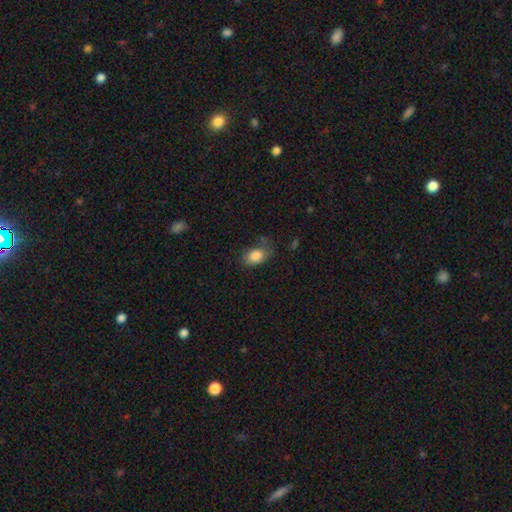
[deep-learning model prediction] The model was most divided on "merging": none: 53%, minor disturbance: 30%, major disturbance: 13%, merger: 4%. More confident: smooth or featured — smooth (85%); how rounded — in between (81%).